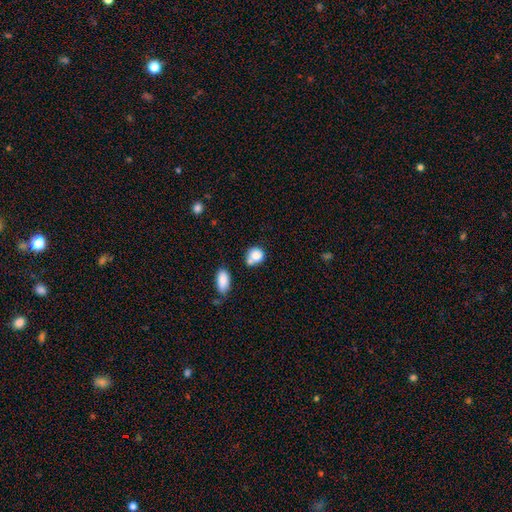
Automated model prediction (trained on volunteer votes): Smooth or featured?
  - smooth: 82% *
  - featured or disk: 9%
  - star or artifact: 9%
How rounded?
  - round: 71% *
  - in between: 28%
  - cigar-shaped: 1%
Merging?
  - none: 43% *
  - merger: 32%
  - minor disturbance: 18%
  - major disturbance: 7%